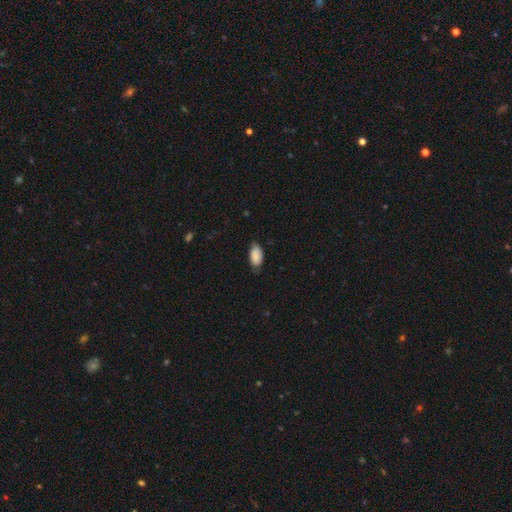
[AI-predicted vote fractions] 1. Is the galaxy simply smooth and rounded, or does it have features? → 86% smooth, 8% featured or disk, 6% star or artifact.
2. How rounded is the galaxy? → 94% in between, 3% round, 3% cigar-shaped.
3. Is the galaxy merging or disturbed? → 66% none, 28% minor disturbance, 5% major disturbance, 1% merger.